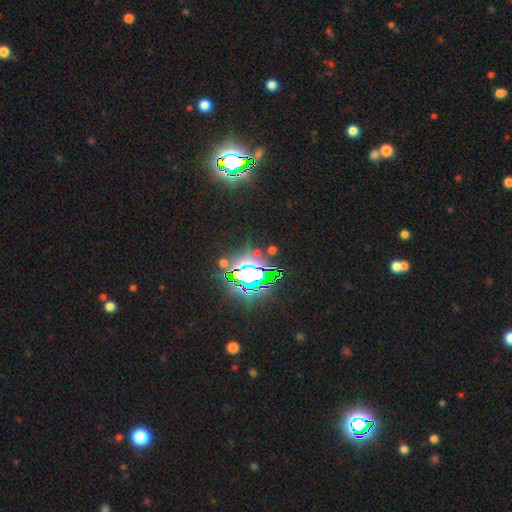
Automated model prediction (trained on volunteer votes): Morphology: type=star or artifact (79%).